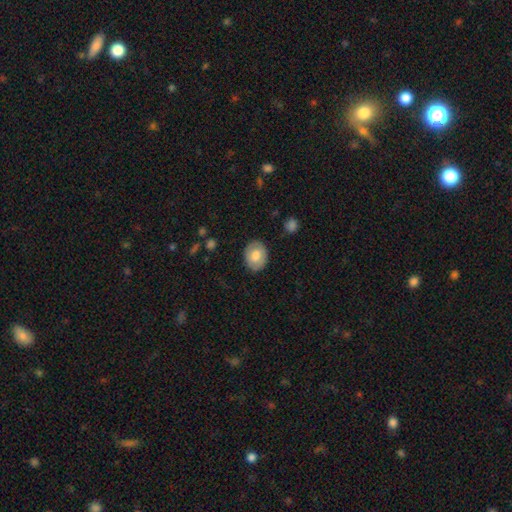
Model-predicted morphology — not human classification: type=smooth (72%); roundness=in between (56%); merging=none (85%).